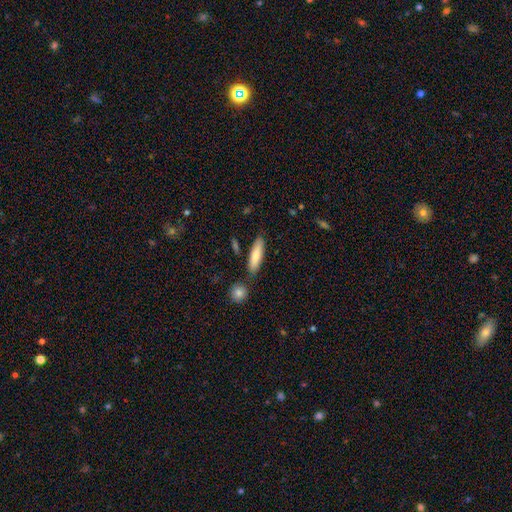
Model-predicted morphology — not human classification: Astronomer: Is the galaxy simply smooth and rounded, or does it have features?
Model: smooth — 81%.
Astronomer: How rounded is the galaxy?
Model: cigar-shaped — 62%.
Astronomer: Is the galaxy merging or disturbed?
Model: none — 80%.